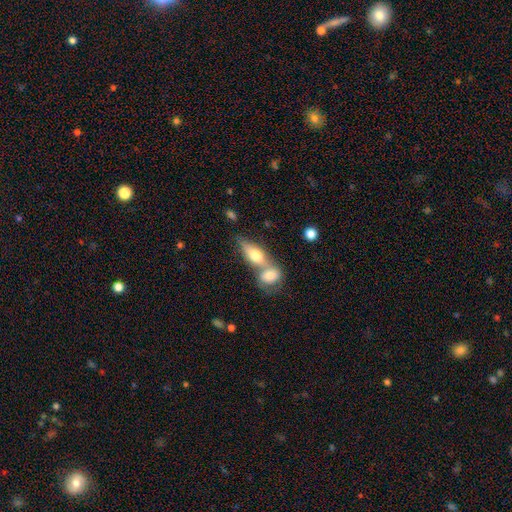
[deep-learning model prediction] Smooth or featured: smooth — 66% (featured or disk — 28%)
How rounded: in between — 74% (cigar-shaped — 18%)
Merging: merger — 64% (none — 24%)